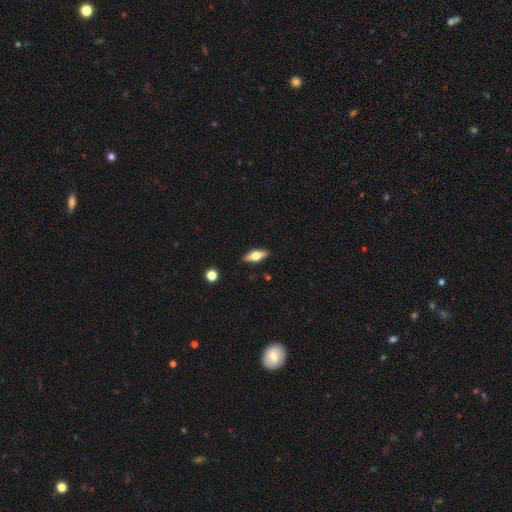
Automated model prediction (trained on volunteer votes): smooth-or-featured: smooth: 49% | featured or disk: 44% | star or artifact: 7%
  merging: none: 88% | minor disturbance: 9% | major disturbance: 2% | merger: 1%